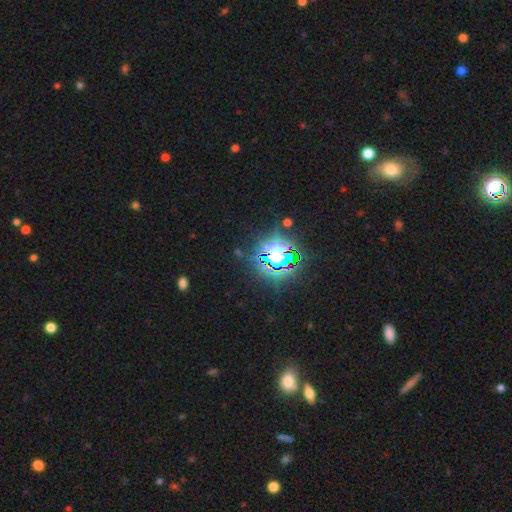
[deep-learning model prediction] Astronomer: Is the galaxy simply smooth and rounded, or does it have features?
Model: star or artifact — 81%.